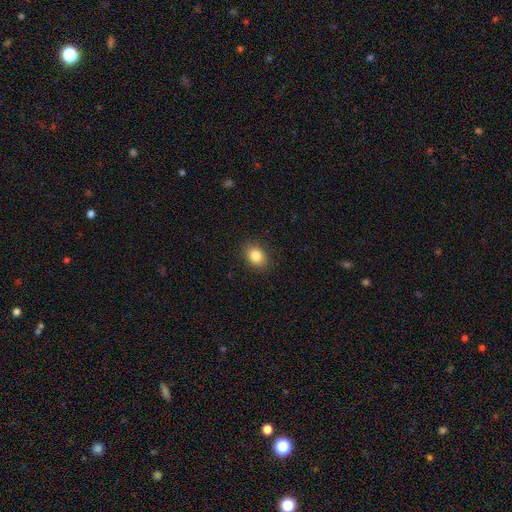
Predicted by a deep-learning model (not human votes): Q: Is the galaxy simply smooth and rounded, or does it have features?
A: smooth — 84%.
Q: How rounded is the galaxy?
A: in between — 65%.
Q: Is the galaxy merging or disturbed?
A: none — 88%.